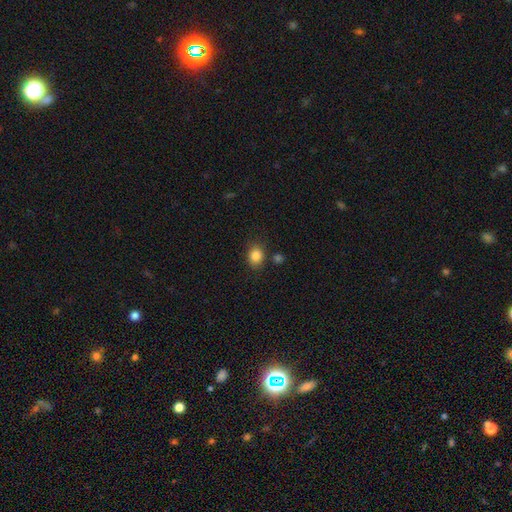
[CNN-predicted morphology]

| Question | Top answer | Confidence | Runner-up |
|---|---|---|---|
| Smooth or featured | smooth | 85% | star or artifact (10%) |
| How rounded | round | 52% | in between (47%) |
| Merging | none | 80% | minor disturbance (11%) |